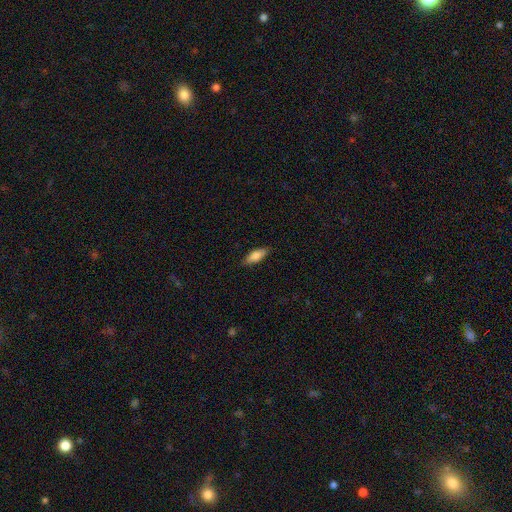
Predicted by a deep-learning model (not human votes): The model was most divided on "how rounded": in between: 67%, cigar-shaped: 31%, round: 2%. More confident: merging — none (86%); smooth or featured — smooth (81%).